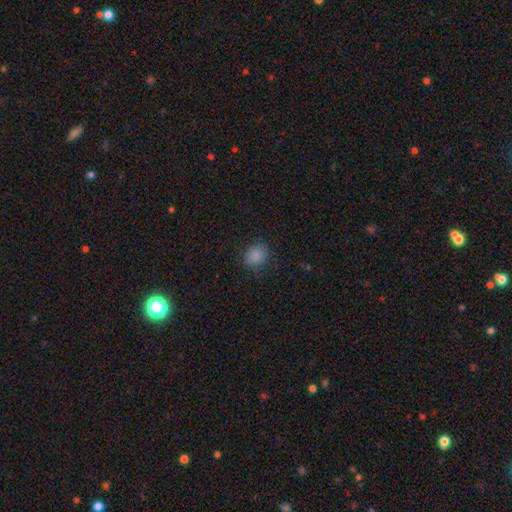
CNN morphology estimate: smooth 86%, star or artifact 11%, featured or disk 4%. Down the decision tree: how rounded — round (70%); merging — none (82%).